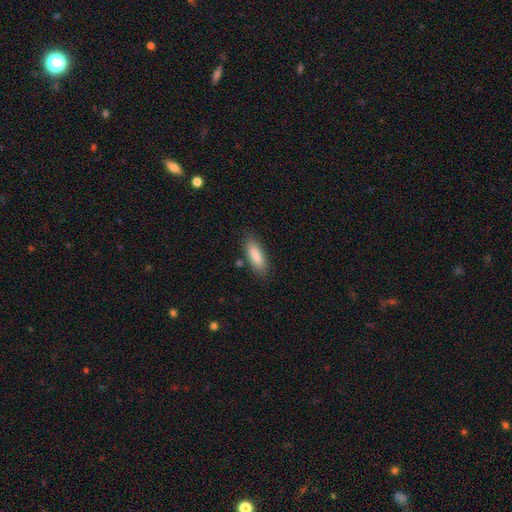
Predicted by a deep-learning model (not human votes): Overall: smooth (87%). How rounded: in between (61%; cigar-shaped 37%). Merging: none (84%).